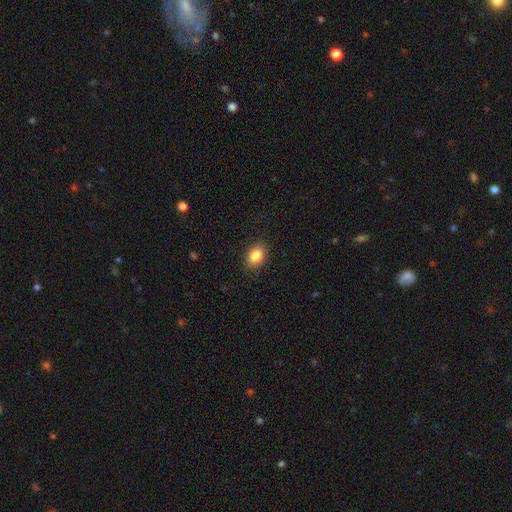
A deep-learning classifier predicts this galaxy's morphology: smooth-or-featured: smooth: 86% | star or artifact: 9% | featured or disk: 6%
  how-rounded: in between: 73% | round: 26% | cigar-shaped: 1%
  merging: none: 87% | minor disturbance: 9% | major disturbance: 3% | merger: 1%